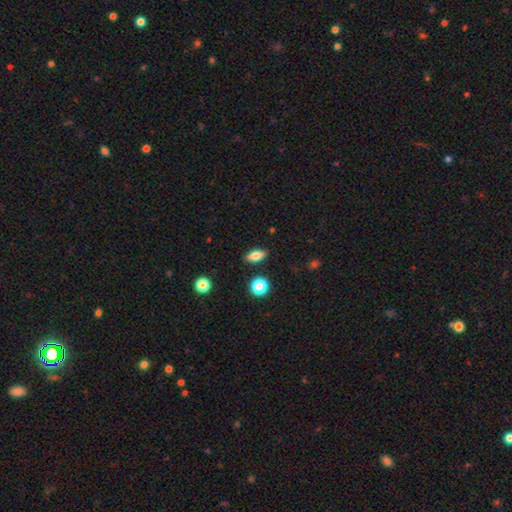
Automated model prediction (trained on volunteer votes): Morphology: type=smooth (75%); roundness=in between (77%); merging=none (87%).